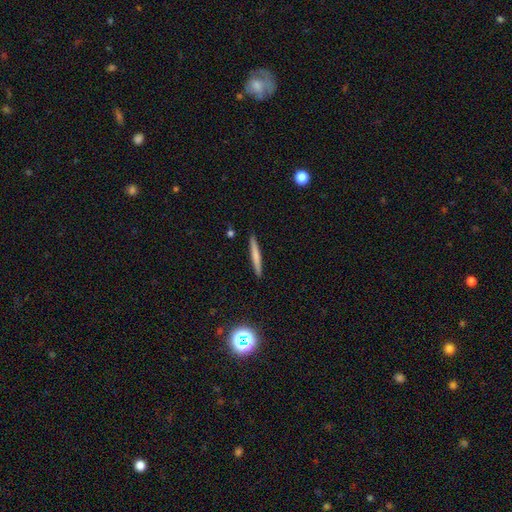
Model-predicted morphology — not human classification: type=smooth (63%); roundness=cigar-shaped (96%); merging=none (91%).